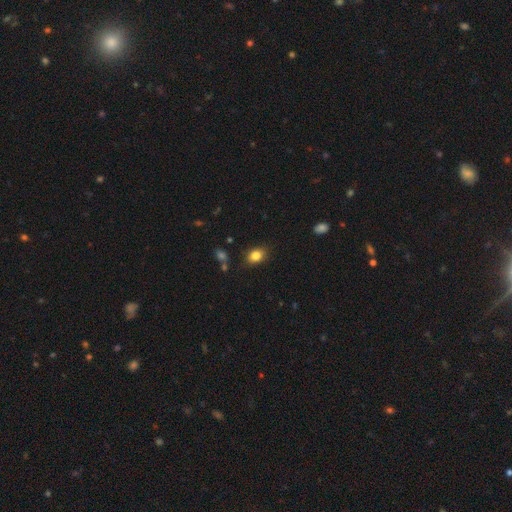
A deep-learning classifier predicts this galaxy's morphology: This is clearly a smooth galaxy (83%). How rounded: likely in between (65%). Merging: clearly none (83%).